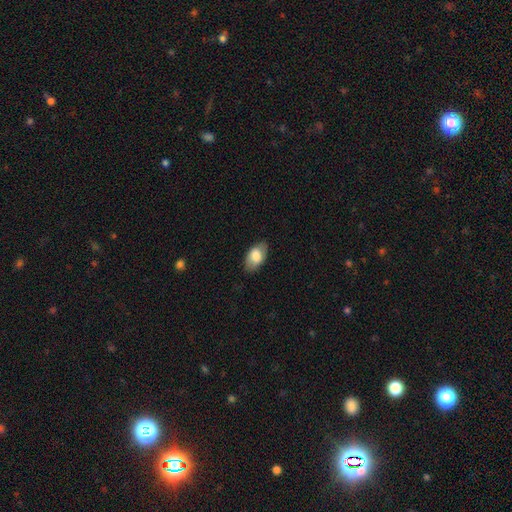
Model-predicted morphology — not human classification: The model was most divided on "smooth or featured": smooth: 78%, featured or disk: 15%, star or artifact: 6%. More confident: how rounded — in between (94%); merging — none (82%).